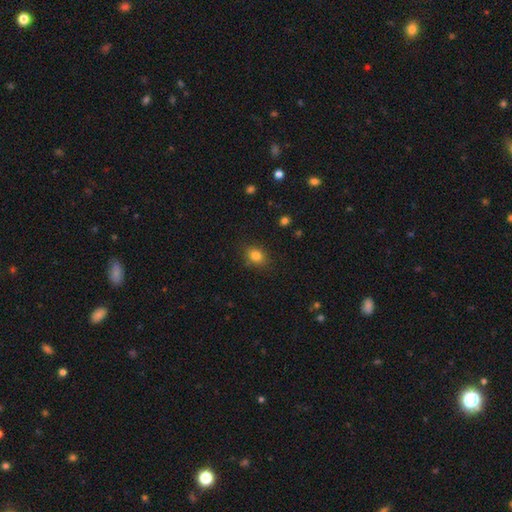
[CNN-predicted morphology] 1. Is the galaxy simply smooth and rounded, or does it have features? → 82% smooth, 12% star or artifact, 6% featured or disk.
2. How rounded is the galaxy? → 52% in between, 47% round, 1% cigar-shaped.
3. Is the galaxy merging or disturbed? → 84% none, 12% minor disturbance, 3% major disturbance, 1% merger.